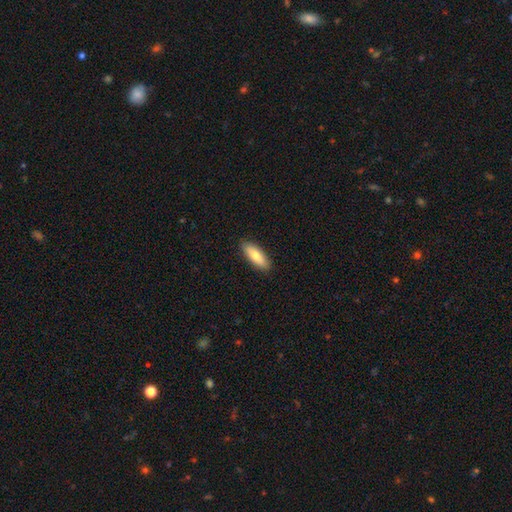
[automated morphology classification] smooth_or_featured: smooth (p=0.78) [alt: featured or disk p=0.17]
how_rounded: in between (p=0.63) [alt: cigar-shaped p=0.35]
merging: none (p=0.89) [alt: minor disturbance p=0.08]